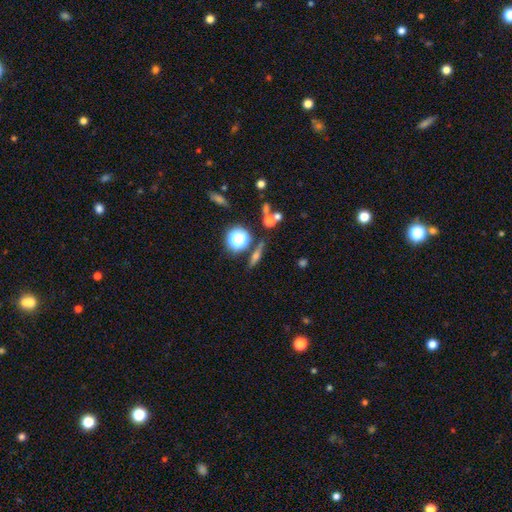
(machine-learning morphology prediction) Q: Smooth or featured?
A: smooth (41%); runner-up: featured or disk (38%)
Q: Merging?
A: none (81%); runner-up: minor disturbance (10%)